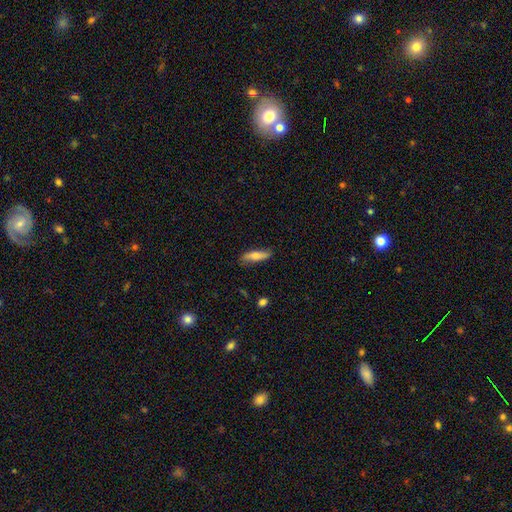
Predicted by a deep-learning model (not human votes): smooth_or_featured: smooth (p=0.70) [alt: featured or disk p=0.24]
how_rounded: cigar-shaped (p=0.62) [alt: in between p=0.36]
merging: none (p=0.79) [alt: minor disturbance p=0.17]